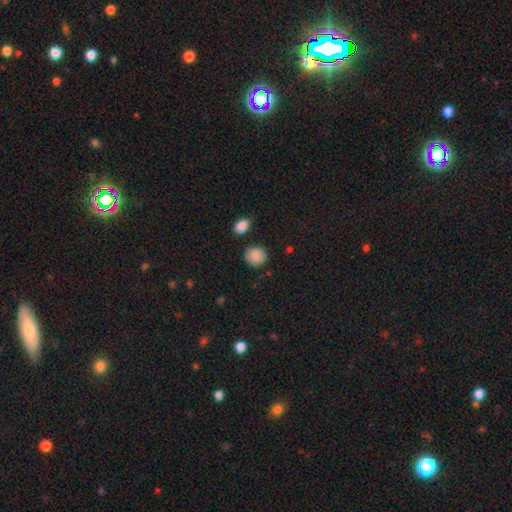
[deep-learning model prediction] This appears to be a smooth galaxy with no disk features (88%) that is round (84%). Merging: none (84%).